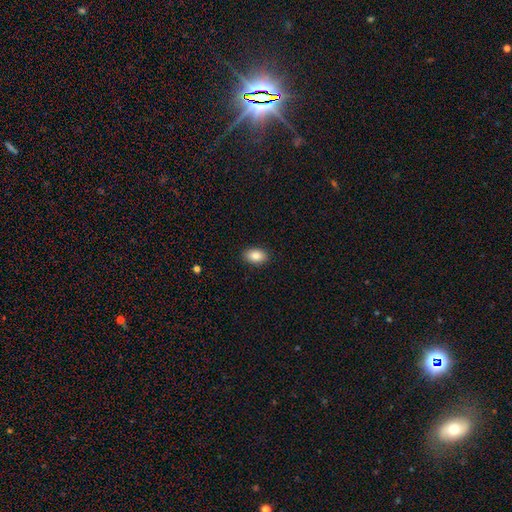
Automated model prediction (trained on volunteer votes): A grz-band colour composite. It shows a smooth galaxy with no disk features (86%) that is in between round and cigar-shaped (89%). Merging: none (90%).